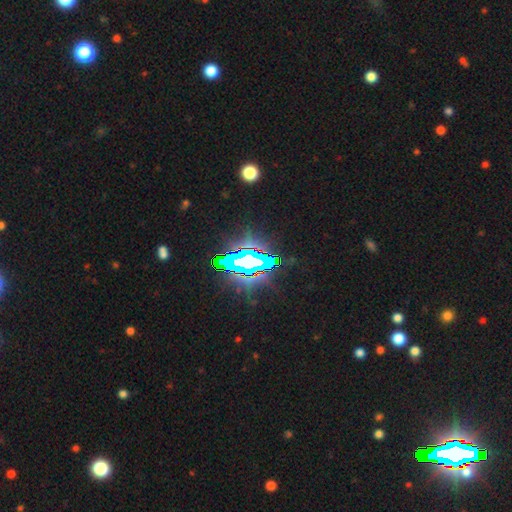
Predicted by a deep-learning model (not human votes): A star or artifact, not a galaxy (81%).